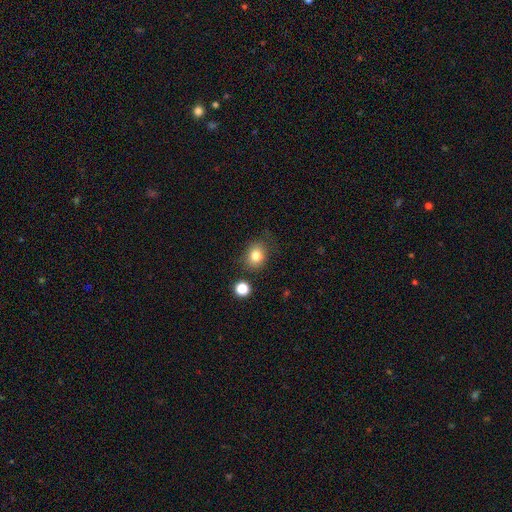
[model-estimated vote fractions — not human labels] A smooth galaxy with no disk features (81%) that is round (65%). Merging: none (75%).